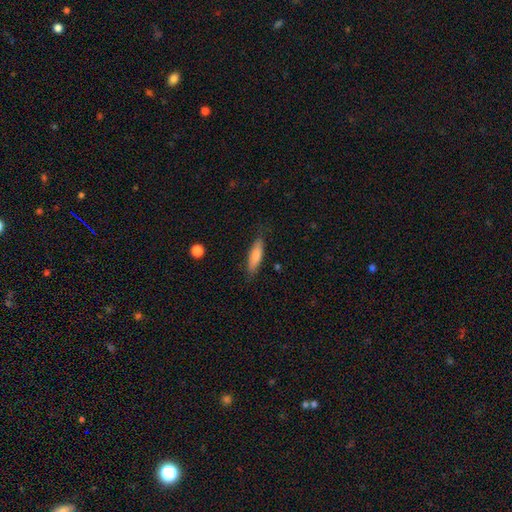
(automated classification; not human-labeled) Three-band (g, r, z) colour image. It shows a smooth galaxy with no disk features (79%) that is cigar-shaped (57%). Merging: none (80%).